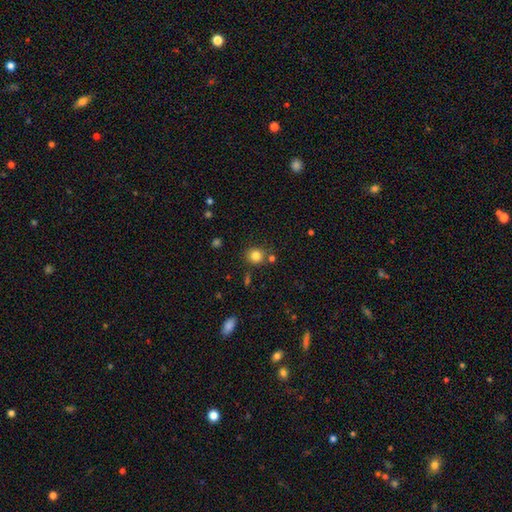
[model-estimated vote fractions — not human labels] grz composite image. It shows a smooth galaxy with no disk features (82%) that is round (83%). Merging: none (78%).